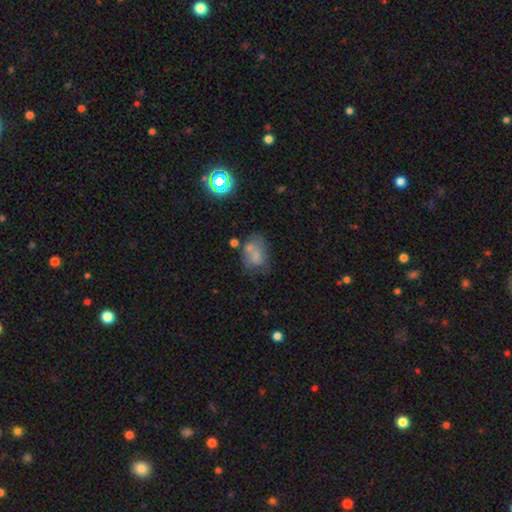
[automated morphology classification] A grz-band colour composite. It shows a smooth galaxy with no disk features (60%) that is in between round and cigar-shaped (74%). Merging: none (37%).